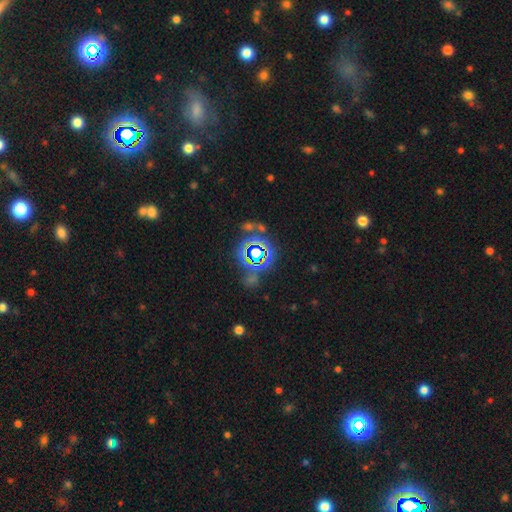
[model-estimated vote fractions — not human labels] Smooth or featured? star or artifact (63%)